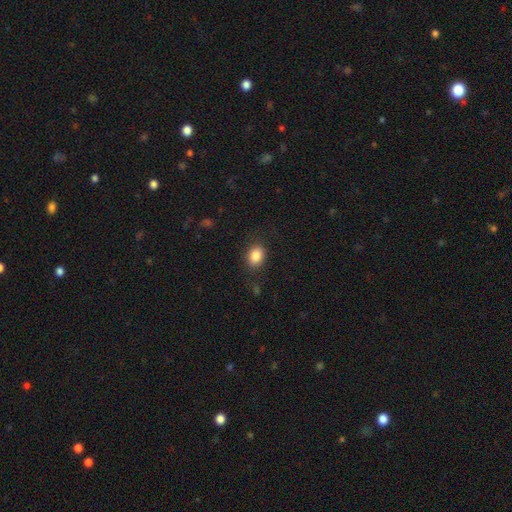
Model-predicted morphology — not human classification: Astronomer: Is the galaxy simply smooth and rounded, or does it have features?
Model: smooth — 86%.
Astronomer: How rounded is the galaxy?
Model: in between — 66%.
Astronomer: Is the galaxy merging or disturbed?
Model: none — 84%.